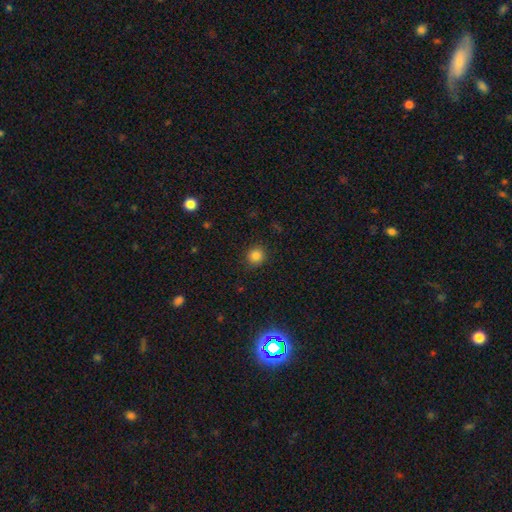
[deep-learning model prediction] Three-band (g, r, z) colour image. It shows a smooth galaxy with no disk features (83%) that is round (92%). Merging: none (90%).